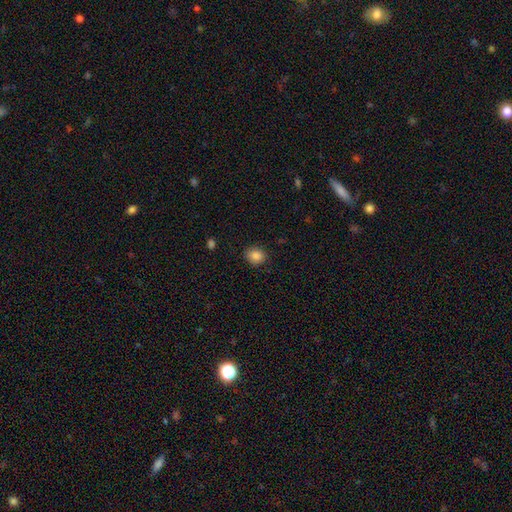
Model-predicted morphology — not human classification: Smooth or featured: smooth — 85% (star or artifact — 10%)
How rounded: round — 67% (in between — 32%)
Merging: none — 88% (minor disturbance — 9%)